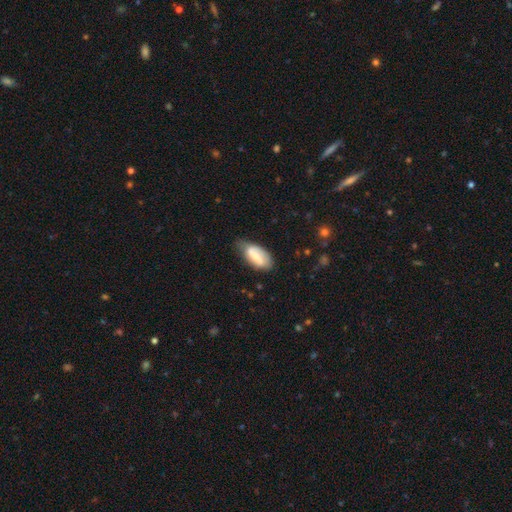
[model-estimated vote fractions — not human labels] Smooth or featured?
  - smooth: 56% *
  - featured or disk: 37%
  - star or artifact: 7%
How rounded?
  - in between: 90% *
  - cigar-shaped: 7%
  - round: 3%
Merging?
  - none: 56% *
  - minor disturbance: 33%
  - major disturbance: 9%
  - merger: 2%